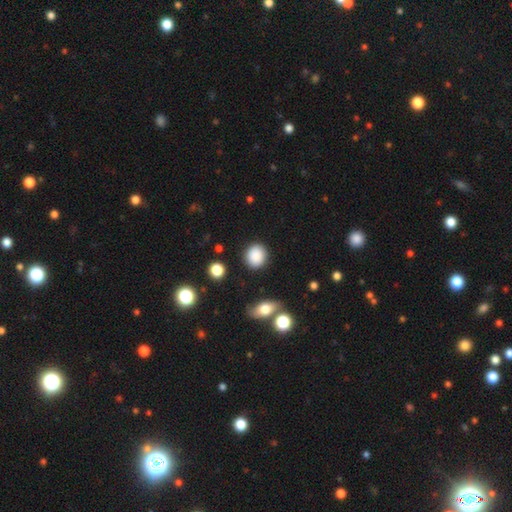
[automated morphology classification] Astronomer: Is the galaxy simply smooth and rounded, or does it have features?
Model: smooth — 87%.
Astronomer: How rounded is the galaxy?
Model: round — 79%.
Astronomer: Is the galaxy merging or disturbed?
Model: none — 87%.